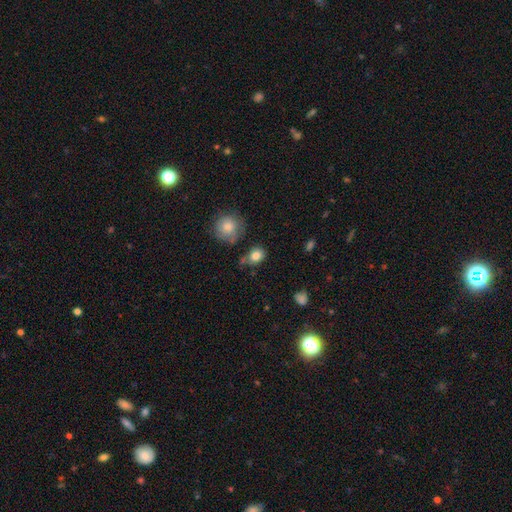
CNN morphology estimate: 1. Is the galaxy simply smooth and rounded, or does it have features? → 83% smooth, 10% star or artifact, 7% featured or disk.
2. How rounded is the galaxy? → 54% round, 44% in between, 1% cigar-shaped.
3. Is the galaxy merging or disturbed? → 61% none, 23% minor disturbance, 9% merger, 7% major disturbance.